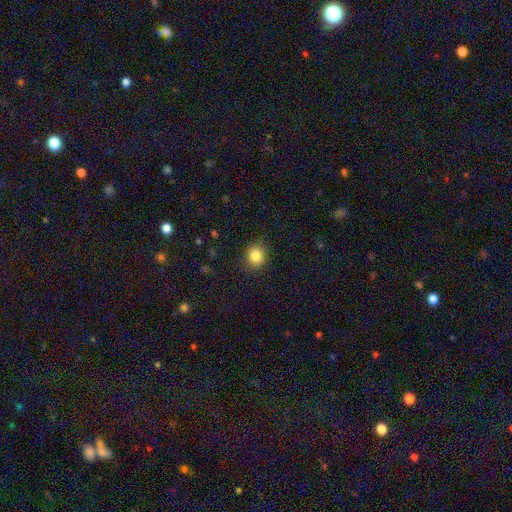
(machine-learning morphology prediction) type=smooth (84%); roundness=round (78%); merging=none (88%).